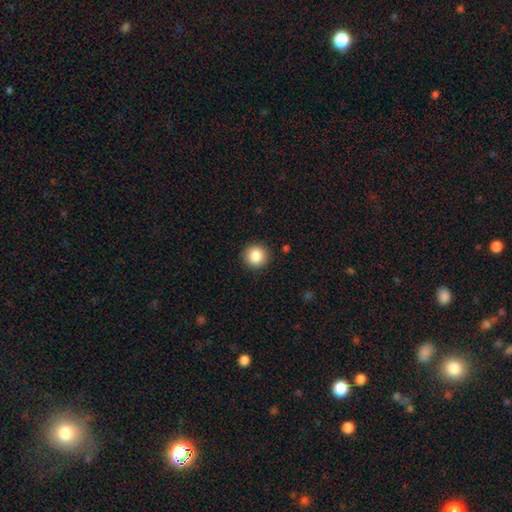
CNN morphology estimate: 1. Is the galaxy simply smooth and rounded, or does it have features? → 86% smooth, 9% star or artifact, 5% featured or disk.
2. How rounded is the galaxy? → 94% round, 5% in between, 1% cigar-shaped.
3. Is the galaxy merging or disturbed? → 91% none, 6% minor disturbance, 2% major disturbance, 1% merger.